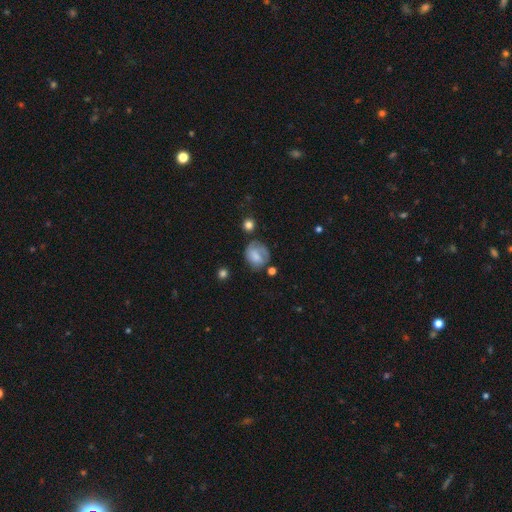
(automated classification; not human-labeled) smooth 63%, featured or disk 27%, star or artifact 9%. Down the decision tree: how rounded — round (55%); merging — none (49%).